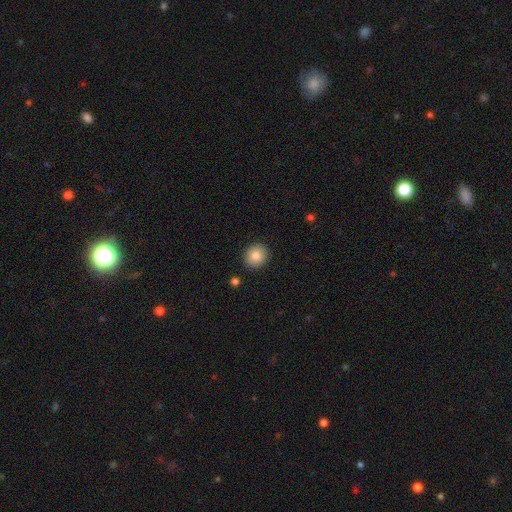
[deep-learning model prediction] Morphology: type=smooth (84%); roundness=round (80%); merging=none (90%).